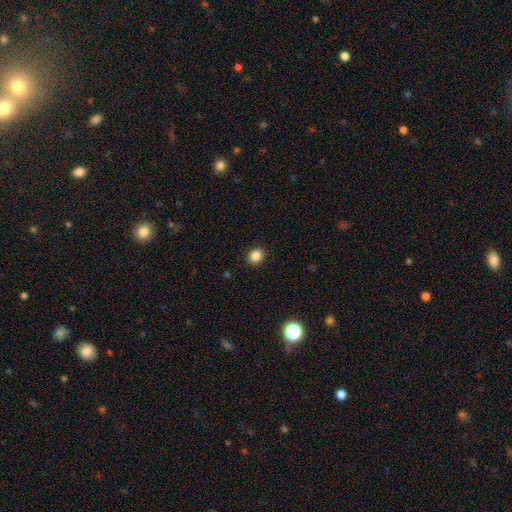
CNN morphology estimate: Q: Smooth or featured?
A: smooth (86%); runner-up: star or artifact (11%)
Q: How rounded?
A: round (76%); runner-up: in between (23%)
Q: Merging?
A: none (91%); runner-up: minor disturbance (6%)